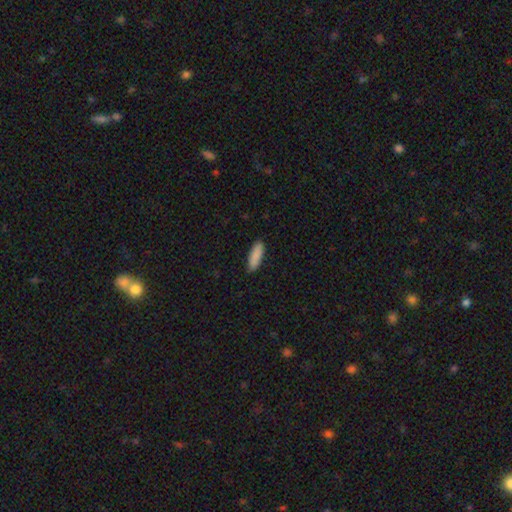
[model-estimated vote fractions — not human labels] Overall: smooth (90%). How rounded: in between (54%; cigar-shaped 44%). Merging: none (88%).